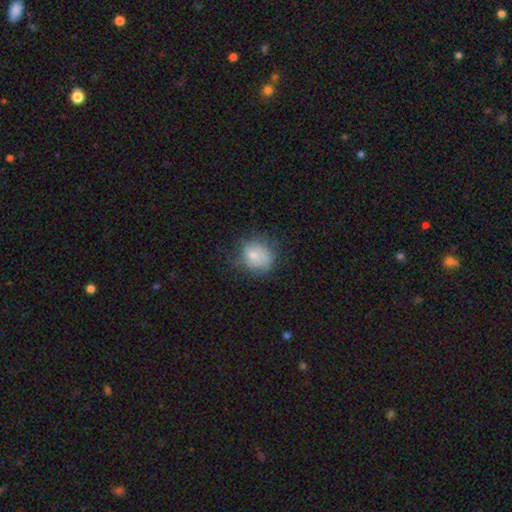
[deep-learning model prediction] This is likely a smooth galaxy (72%). How rounded: likely round (72%). Merging: possibly none (59%).